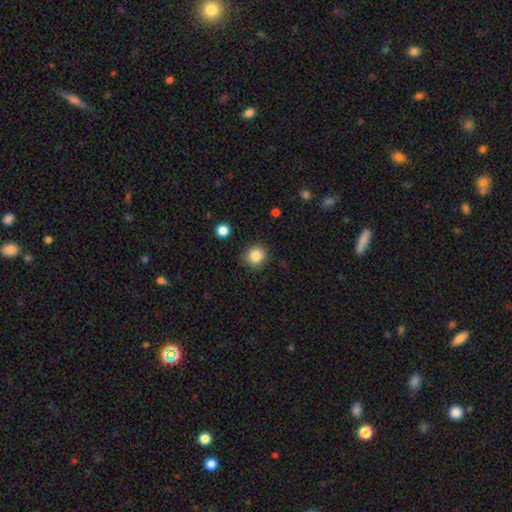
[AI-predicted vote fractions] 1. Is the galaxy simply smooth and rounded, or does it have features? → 85% smooth, 10% star or artifact, 5% featured or disk.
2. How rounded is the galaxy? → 89% round, 10% in between, 1% cigar-shaped.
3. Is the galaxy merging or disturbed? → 89% none, 7% minor disturbance, 2% major disturbance, 1% merger.